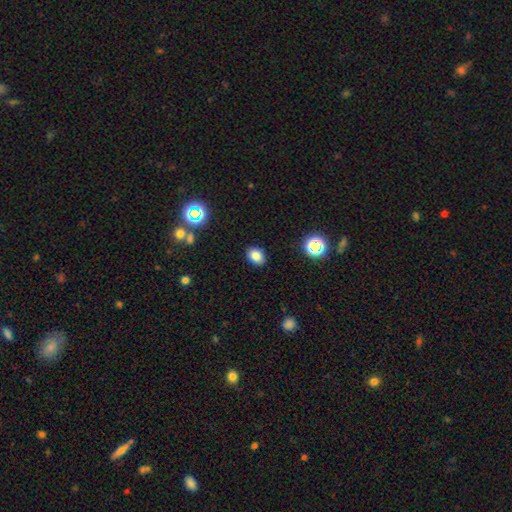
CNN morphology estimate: Smooth or featured? smooth (81%)
How rounded? in between (63%)
Merging? none (88%)